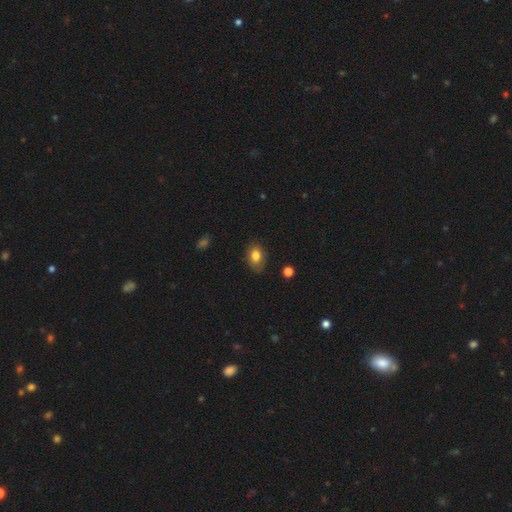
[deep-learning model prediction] A smooth galaxy with no disk features (79%) that is in between round and cigar-shaped (78%). Merging: none (75%).